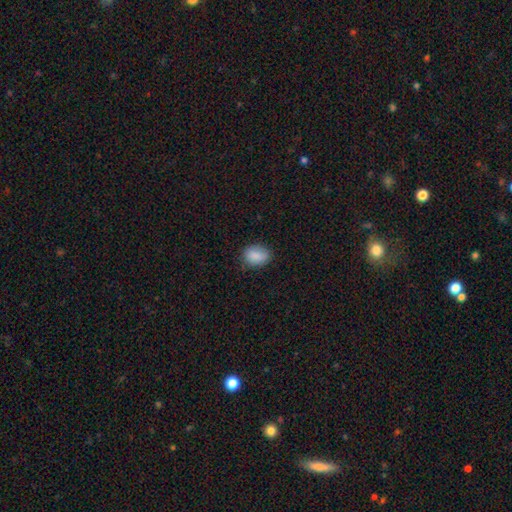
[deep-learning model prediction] A smooth galaxy with no disk features (87%) that is in between round and cigar-shaped (67%).

Vote fractions:
- Smooth or featured? smooth: 87% / star or artifact: 8% / featured or disk: 5%
- How rounded? in between: 67% / round: 32% / cigar-shaped: 1%
- Merging? none: 76% / minor disturbance: 19% / major disturbance: 4% / merger: 1%